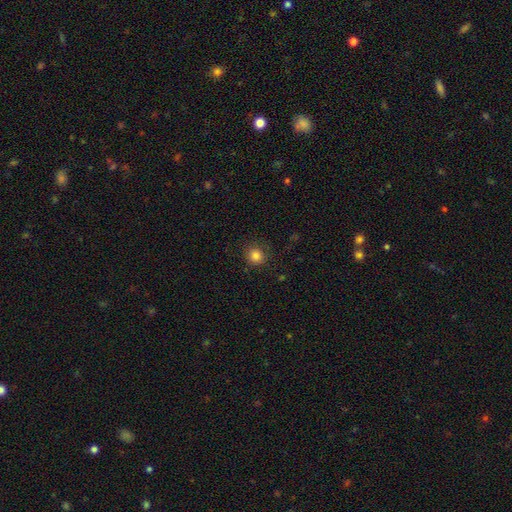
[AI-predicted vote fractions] Smooth or featured: smooth — 83% (star or artifact — 12%)
How rounded: round — 89% (in between — 10%)
Merging: none — 86% (minor disturbance — 9%)